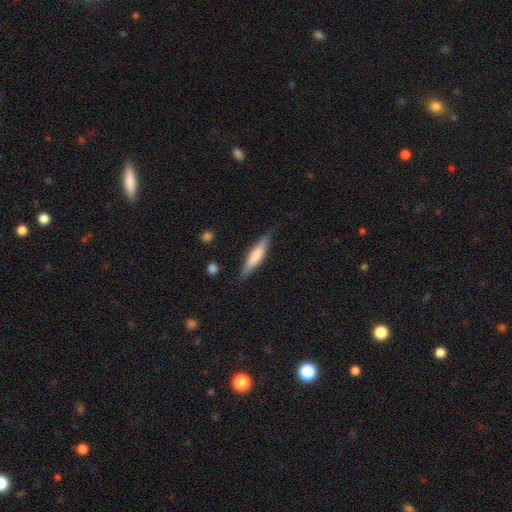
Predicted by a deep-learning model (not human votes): smooth 62%, featured or disk 33%, star or artifact 6%. Down the decision tree: how rounded — cigar-shaped (82%); merging — none (83%).